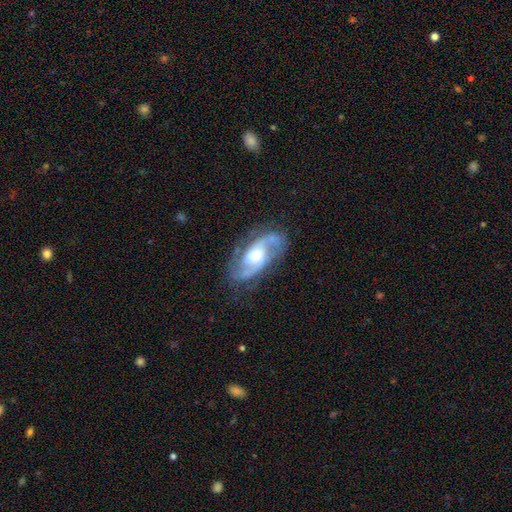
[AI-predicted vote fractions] Morphology: type=featured or disk (86%); edge-on=no (95%); bar=no (49%); spiral arms=yes (95%); winding=medium (53%); arm count=2 (88%); bulge=moderate (63%); merging=none (73%).